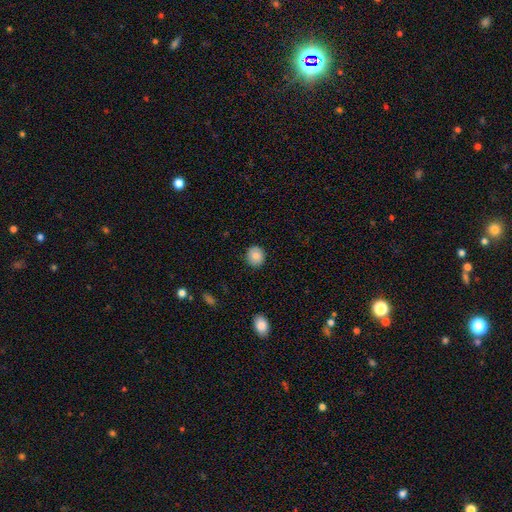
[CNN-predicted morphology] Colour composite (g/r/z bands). It shows a smooth galaxy with no disk features (84%) that is round (87%). Merging: none (89%).